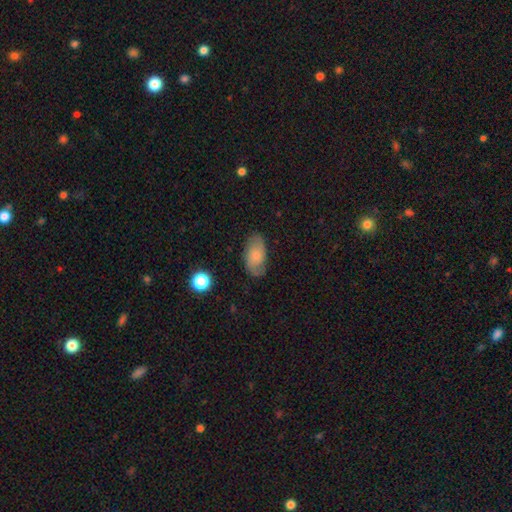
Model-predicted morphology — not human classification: This appears to be a smooth galaxy with no disk features (51%) that is in between round and cigar-shaped (92%). Merging: none (76%).